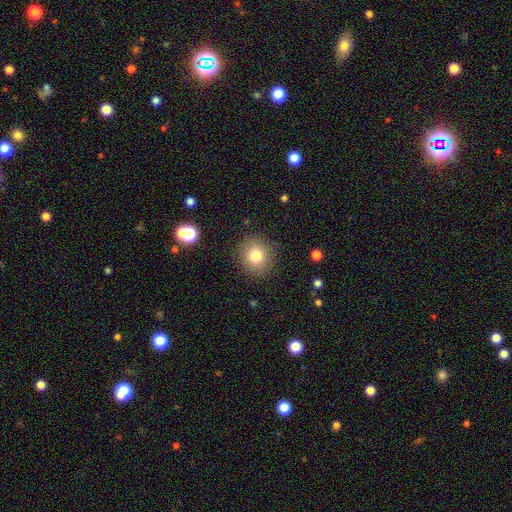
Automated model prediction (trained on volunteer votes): smooth-or-featured: smooth: 79% | star or artifact: 11% | featured or disk: 10%
  how-rounded: round: 89% | in between: 10% | cigar-shaped: 1%
  merging: none: 89% | minor disturbance: 7% | major disturbance: 3% | merger: 1%